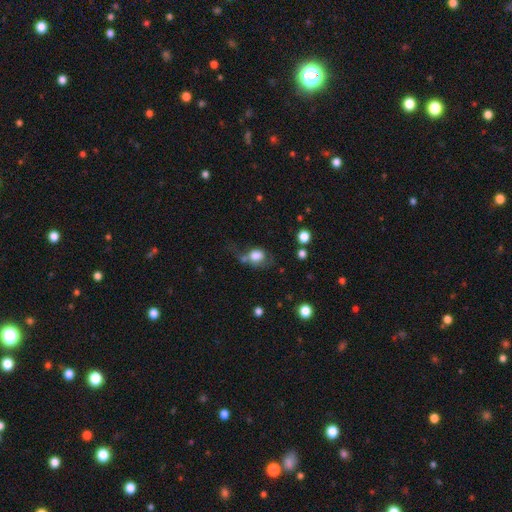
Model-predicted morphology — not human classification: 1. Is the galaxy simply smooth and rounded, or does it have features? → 73% smooth, 18% featured or disk, 10% star or artifact.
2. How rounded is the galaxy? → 53% in between, 45% round, 2% cigar-shaped.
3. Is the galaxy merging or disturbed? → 33% major disturbance, 28% none, 23% minor disturbance, 15% merger.